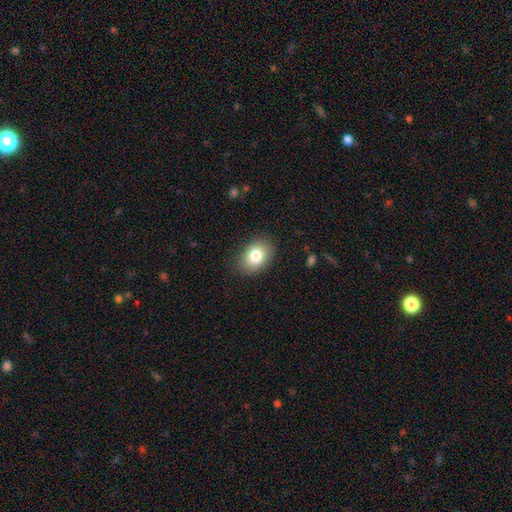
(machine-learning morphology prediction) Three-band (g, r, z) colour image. It shows a smooth galaxy with no disk features (82%) that is in between round and cigar-shaped (75%). Merging: none (84%).